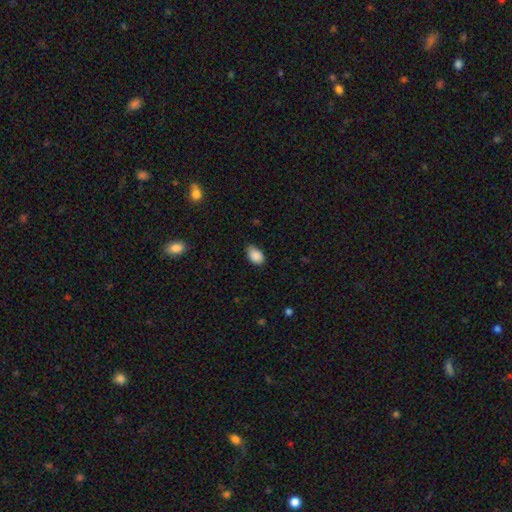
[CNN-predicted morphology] Smooth or featured: smooth — 89% (star or artifact — 7%)
How rounded: in between — 88% (round — 11%)
Merging: none — 72% (minor disturbance — 23%)